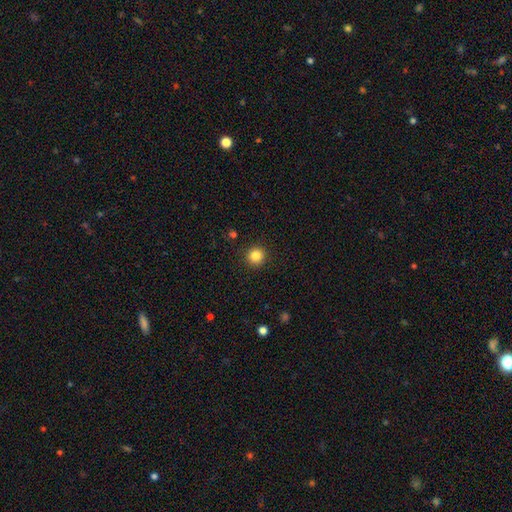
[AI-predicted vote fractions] smooth 84%, star or artifact 11%, featured or disk 4%. Down the decision tree: how rounded — round (94%); merging — none (92%).